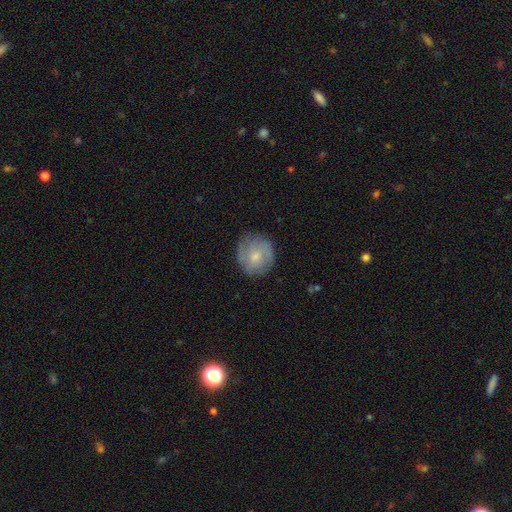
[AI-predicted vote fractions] Smooth or featured?
  - smooth: 58% *
  - featured or disk: 35%
  - star or artifact: 7%
How rounded?
  - round: 84% *
  - in between: 15%
  - cigar-shaped: 1%
Merging?
  - none: 77% *
  - minor disturbance: 17%
  - major disturbance: 5%
  - merger: 1%